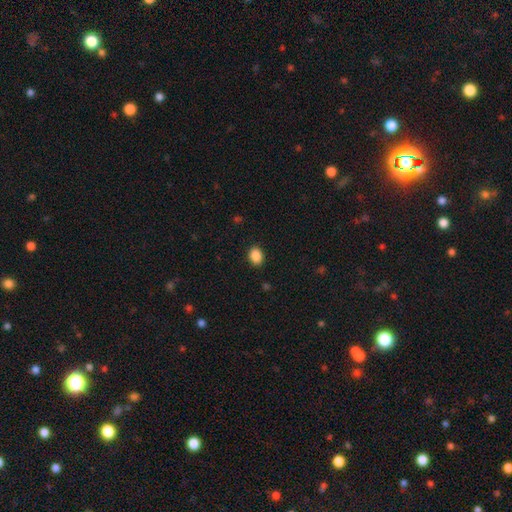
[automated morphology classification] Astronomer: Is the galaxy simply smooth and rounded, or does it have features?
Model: smooth — 89%.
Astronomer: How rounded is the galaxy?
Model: in between — 68%.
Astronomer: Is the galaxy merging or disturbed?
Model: none — 89%.